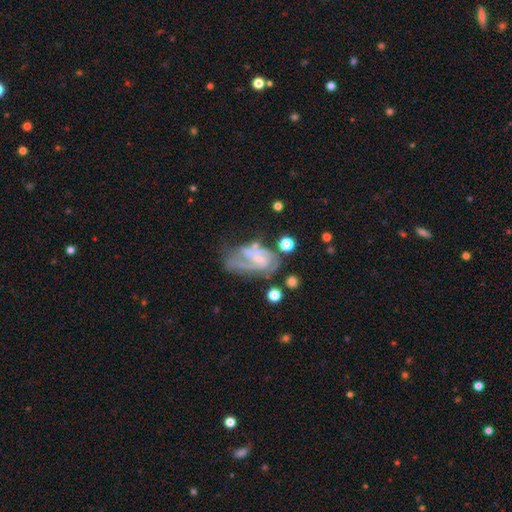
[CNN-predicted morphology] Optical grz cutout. It shows a featured or disk galaxy (78%) with no bar (53%), 2 (44%) medium (43%) spiral arms (87%) and a small central bulge (58%). Merging: none (39%).